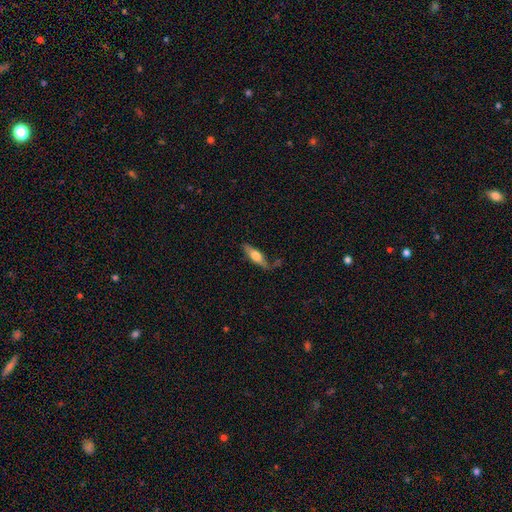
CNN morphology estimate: smooth 53%, featured or disk 41%, star or artifact 6%. Down the decision tree: how rounded — cigar-shaped (51%); merging — none (66%).